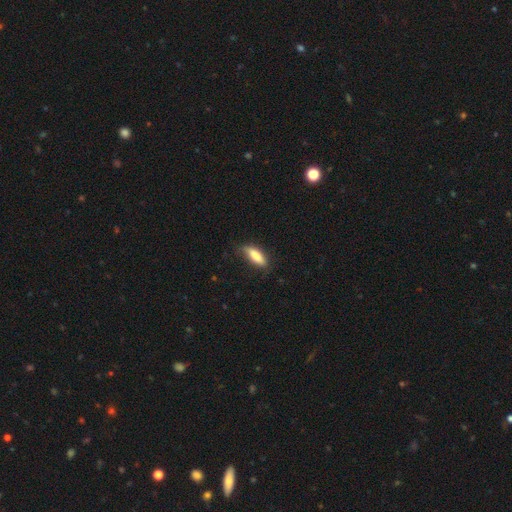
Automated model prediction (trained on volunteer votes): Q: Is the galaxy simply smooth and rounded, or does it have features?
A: smooth — 79%.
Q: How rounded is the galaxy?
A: in between — 60%.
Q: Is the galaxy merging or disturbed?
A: none — 64%.